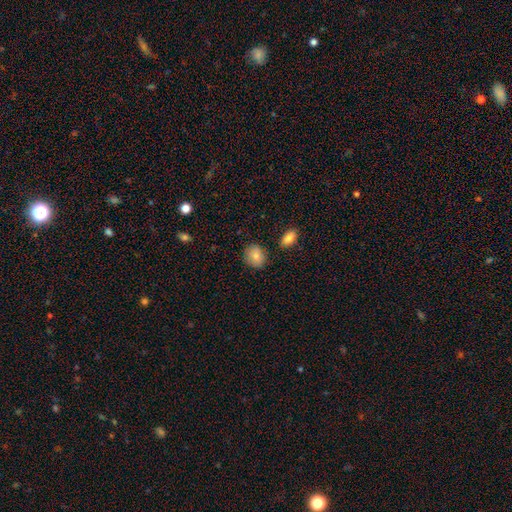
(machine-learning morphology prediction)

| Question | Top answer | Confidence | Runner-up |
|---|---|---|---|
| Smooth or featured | smooth | 83% | featured or disk (9%) |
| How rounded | round | 68% | in between (30%) |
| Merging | none | 82% | minor disturbance (12%) |